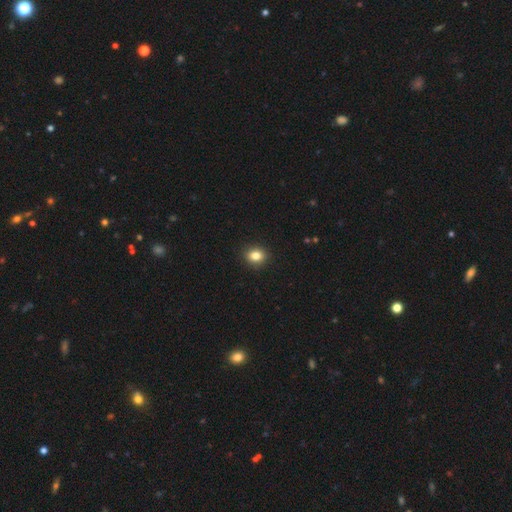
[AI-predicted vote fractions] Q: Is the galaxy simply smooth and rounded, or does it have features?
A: smooth — 83%.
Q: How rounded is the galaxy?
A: round — 66%.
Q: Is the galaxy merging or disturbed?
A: none — 91%.